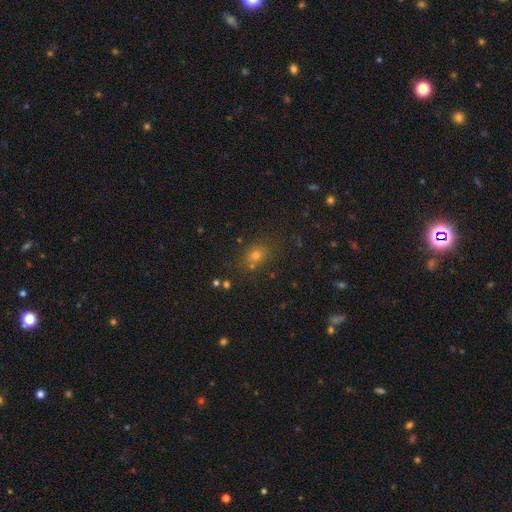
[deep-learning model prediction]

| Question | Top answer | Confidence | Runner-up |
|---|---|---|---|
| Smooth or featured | smooth | 63% | star or artifact (27%) |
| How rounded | round | 59% | in between (39%) |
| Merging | none | 75% | minor disturbance (13%) |